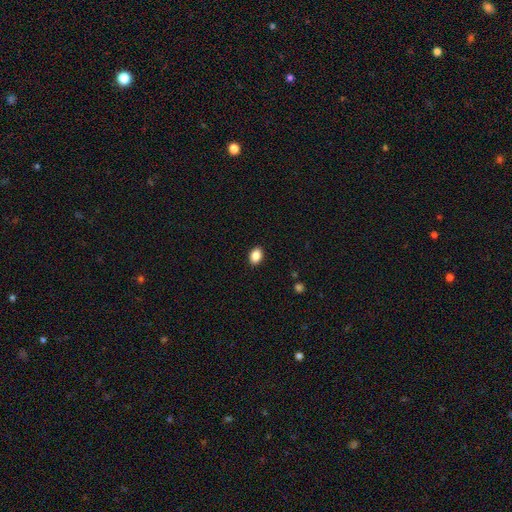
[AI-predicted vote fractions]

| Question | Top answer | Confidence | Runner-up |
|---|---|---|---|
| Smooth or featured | smooth | 87% | star or artifact (9%) |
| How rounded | in between | 75% | round (24%) |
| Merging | none | 90% | minor disturbance (7%) |